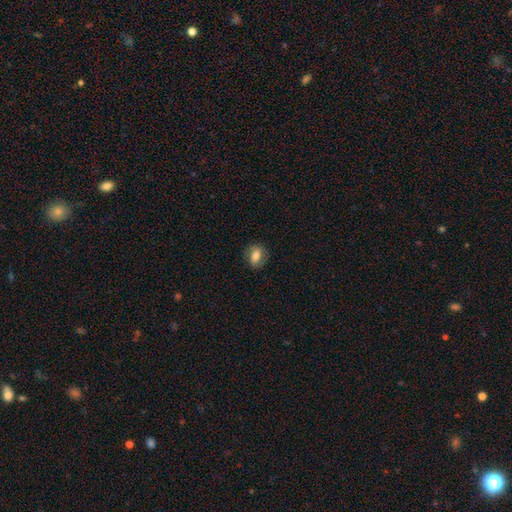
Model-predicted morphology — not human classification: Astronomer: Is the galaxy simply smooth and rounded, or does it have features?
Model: smooth — 56% (runner-up: featured or disk, 36%).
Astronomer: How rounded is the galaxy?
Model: in between — 64%.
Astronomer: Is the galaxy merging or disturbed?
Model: none — 79%.